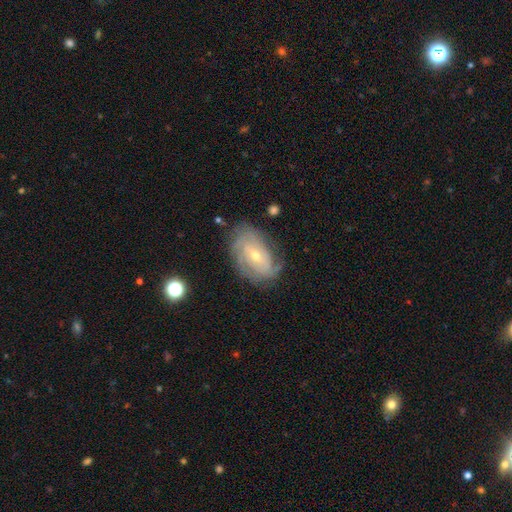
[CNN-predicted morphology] This appears to be a featured or disk galaxy (81%) with no bar (53%), tight (65%) spiral arms (93%) and a small central bulge (56%). Merging: none (72%).